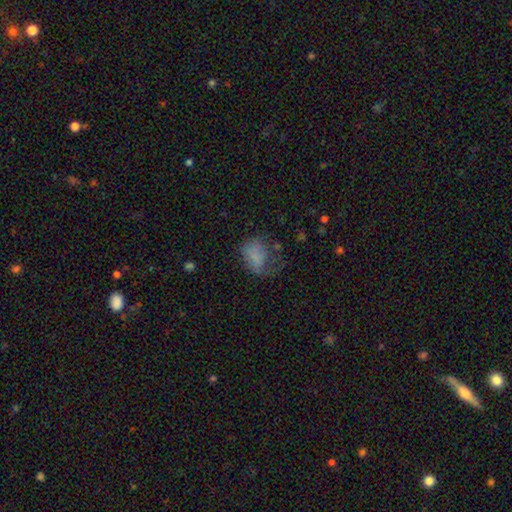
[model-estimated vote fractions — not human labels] Smooth or featured?
  - smooth: 69% *
  - featured or disk: 19%
  - star or artifact: 13%
How rounded?
  - in between: 72% *
  - round: 27%
  - cigar-shaped: 2%
Merging?
  - major disturbance: 39% *
  - none: 31%
  - minor disturbance: 27%
  - merger: 3%